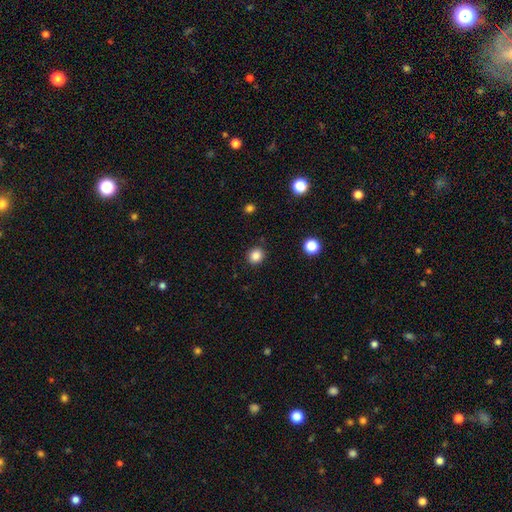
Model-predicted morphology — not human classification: Smooth or featured? Predicted: smooth (p=0.85). How rounded? Predicted: round (p=0.81). Merging? Predicted: none (p=0.89).